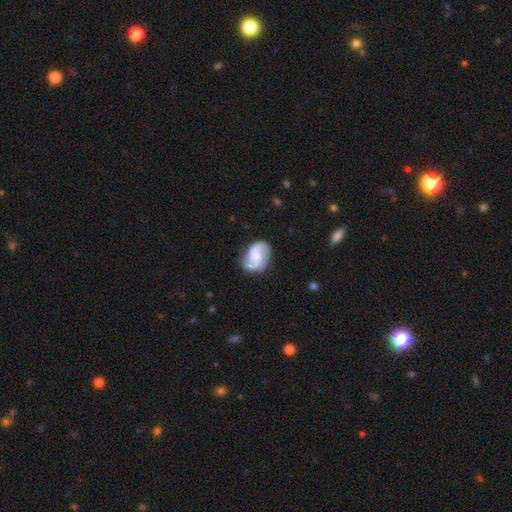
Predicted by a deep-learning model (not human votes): Smooth or featured?
  - featured or disk: 76% *
  - smooth: 18%
  - star or artifact: 6%
Edge-on disk?
  - no: 98% *
  - yes: 2%
Bar?
  - no: 51% *
  - weak: 40%
  - strong: 10%
Spiral arms?
  - yes: 95% *
  - no: 5%
Spiral winding?
  - medium: 46% *
  - loose: 37%
  - tight: 17%
Spiral arm count?
  - 2: 90% *
  - can't tell: 4%
  - 1: 3%
  - 3: 2%
  - 4: 1%
  - more than 4: 1%
Bulge size?
  - moderate: 30% *
  - none: 26%
  - small: 24%
  - large: 17%
  - dominant: 3%
Merging?
  - none: 73% *
  - minor disturbance: 18%
  - major disturbance: 7%
  - merger: 2%